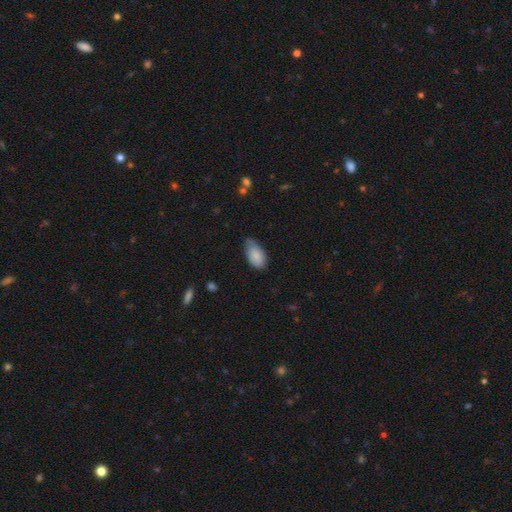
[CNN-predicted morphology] smooth 85%, featured or disk 9%, star or artifact 6%. Down the decision tree: how rounded — in between (94%); merging — none (55%).